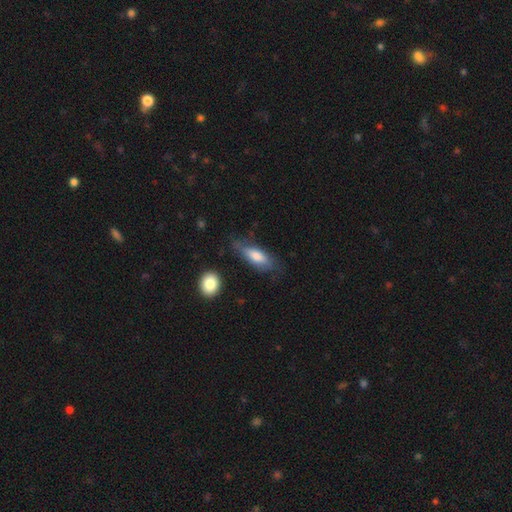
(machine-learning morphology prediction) smooth-or-featured: smooth: 74% | featured or disk: 20% | star or artifact: 6%
  how-rounded: in between: 67% | cigar-shaped: 30% | round: 3%
  merging: none: 58% | minor disturbance: 28% | major disturbance: 10% | merger: 4%